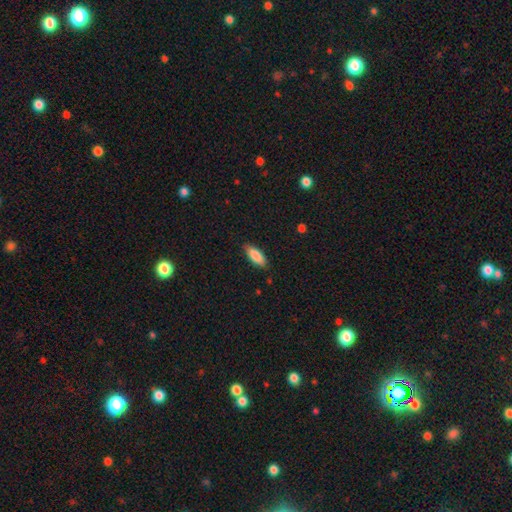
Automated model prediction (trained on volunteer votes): Smooth or featured? smooth (86%)
How rounded? in between (77%)
Merging? none (85%)